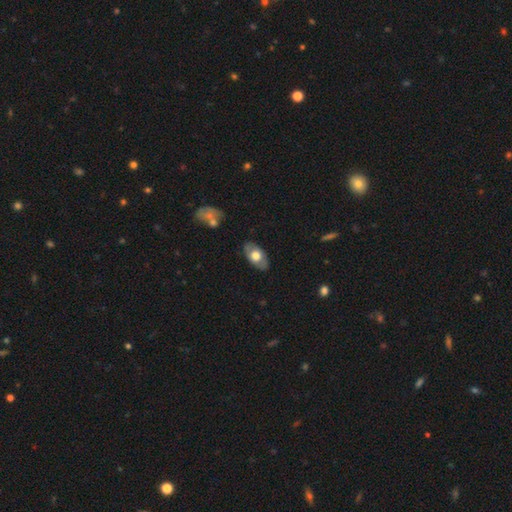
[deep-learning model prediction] Smooth or featured?
  - smooth: 58% *
  - featured or disk: 36%
  - star or artifact: 6%
How rounded?
  - in between: 91% *
  - round: 6%
  - cigar-shaped: 2%
Merging?
  - none: 83% *
  - minor disturbance: 13%
  - major disturbance: 3%
  - merger: 1%